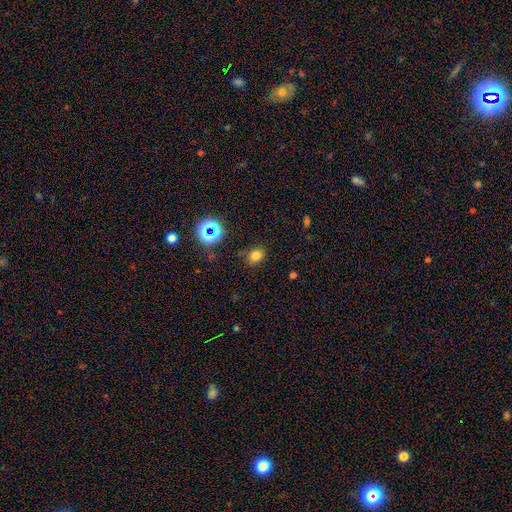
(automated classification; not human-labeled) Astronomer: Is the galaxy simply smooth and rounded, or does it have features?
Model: smooth — 75%.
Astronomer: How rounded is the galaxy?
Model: round — 65%.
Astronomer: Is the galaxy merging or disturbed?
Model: none — 82%.